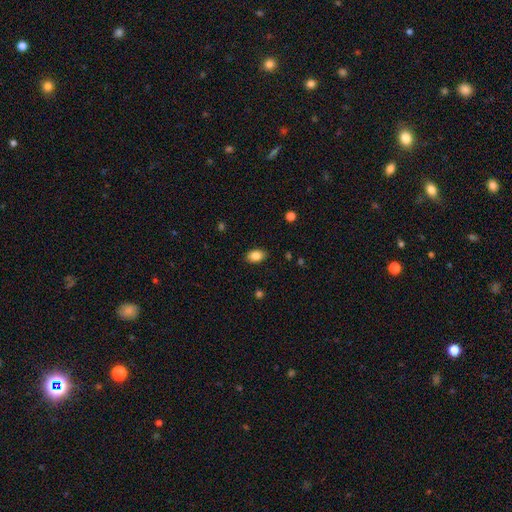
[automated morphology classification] Overall: smooth (86%). How rounded: in between (86%). Merging: none (87%).